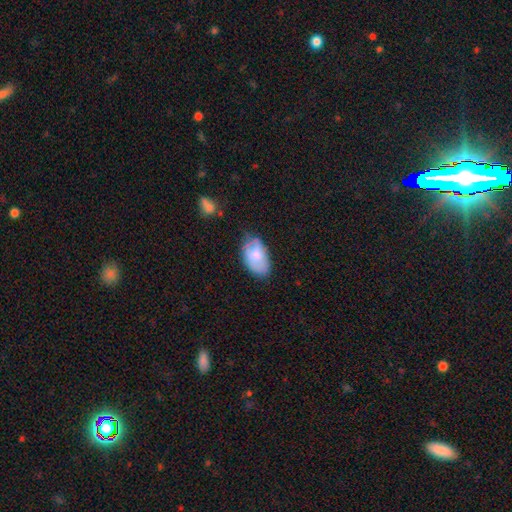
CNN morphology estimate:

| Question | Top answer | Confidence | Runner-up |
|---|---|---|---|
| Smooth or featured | smooth | 72% | featured or disk (21%) |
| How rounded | in between | 93% | round (6%) |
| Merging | none | 56% | minor disturbance (33%) |